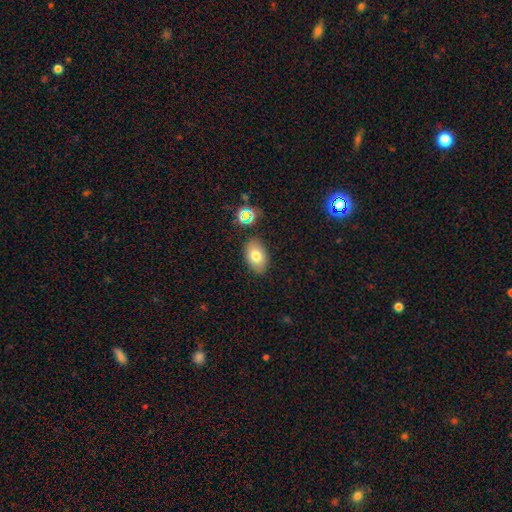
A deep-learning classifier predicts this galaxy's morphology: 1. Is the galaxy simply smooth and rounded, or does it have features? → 76% smooth, 14% featured or disk, 11% star or artifact.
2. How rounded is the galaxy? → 88% in between, 11% round, 1% cigar-shaped.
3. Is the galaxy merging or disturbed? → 84% none, 10% minor disturbance, 3% merger, 3% major disturbance.